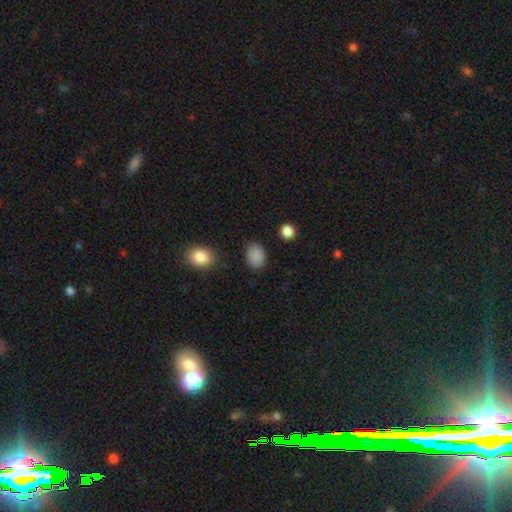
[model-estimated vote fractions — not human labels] Smooth or featured? Predicted: smooth (p=0.88). How rounded? Predicted: in between (p=0.66). Merging? Predicted: none (p=0.85).